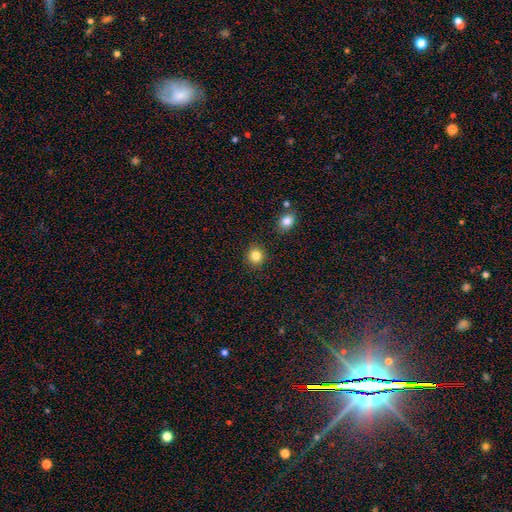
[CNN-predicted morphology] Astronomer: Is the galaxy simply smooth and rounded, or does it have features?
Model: smooth — 84%.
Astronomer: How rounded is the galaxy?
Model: round — 86%.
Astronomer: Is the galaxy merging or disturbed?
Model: none — 90%.